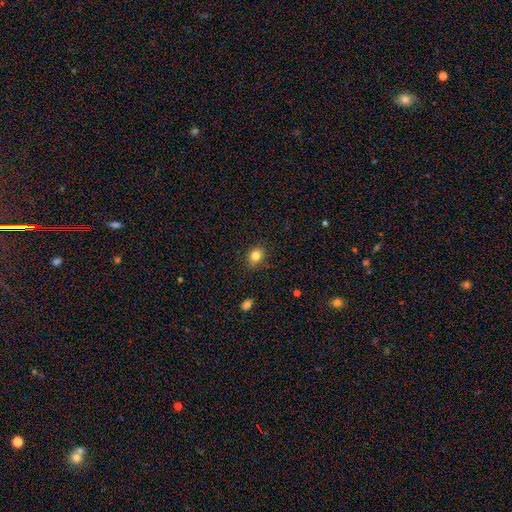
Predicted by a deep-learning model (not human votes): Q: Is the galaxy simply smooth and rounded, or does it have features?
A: smooth — 82%.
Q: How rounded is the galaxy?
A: round — 60%.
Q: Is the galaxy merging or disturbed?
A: none — 83%.